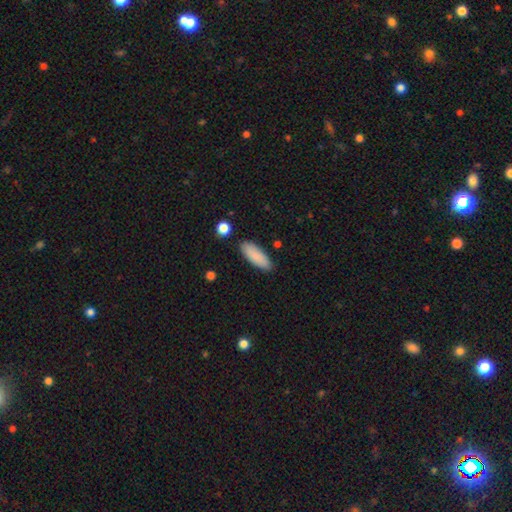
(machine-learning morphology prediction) Overall: smooth (88%). How rounded: in between (69%; cigar-shaped 29%). Merging: none (86%).